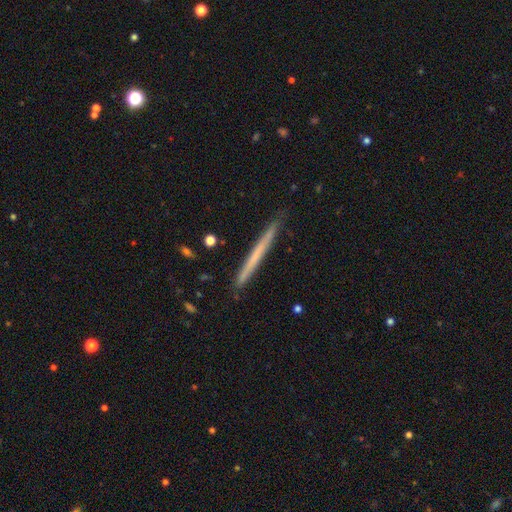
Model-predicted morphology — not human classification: type=smooth (52%); roundness=cigar-shaped (98%); merging=none (90%).